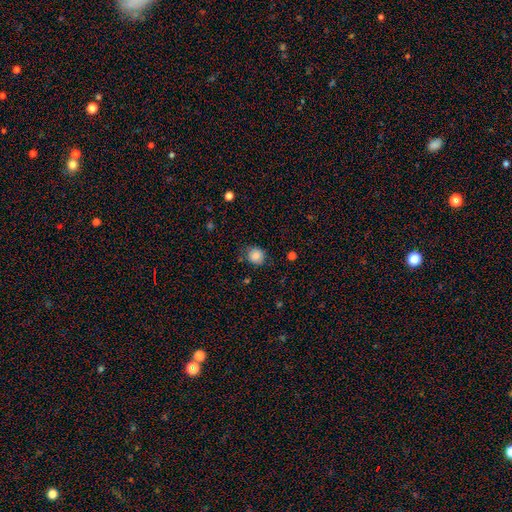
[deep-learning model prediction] This appears to be a smooth galaxy with no disk features (85%) that is round (79%). Merging: none (74%).